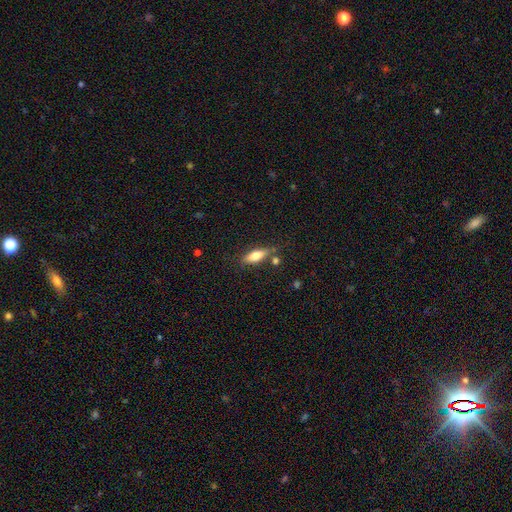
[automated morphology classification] This is likely a smooth galaxy (66%). How rounded: possibly in between (57%). Merging: likely none (75%).